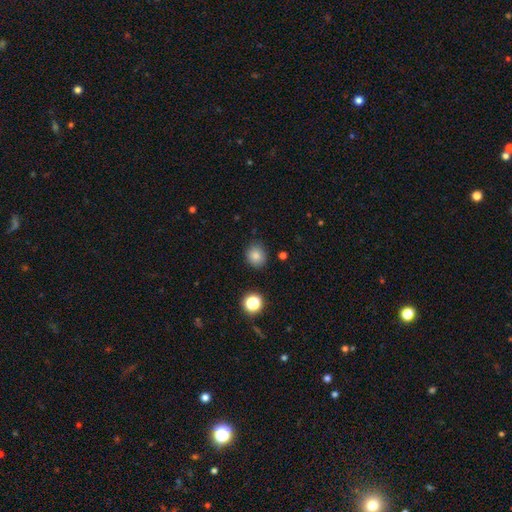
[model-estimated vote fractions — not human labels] smooth_or_featured: smooth (p=0.82) [alt: star or artifact p=0.12]
how_rounded: round (p=0.76) [alt: in between p=0.23]
merging: none (p=0.84) [alt: minor disturbance p=0.11]